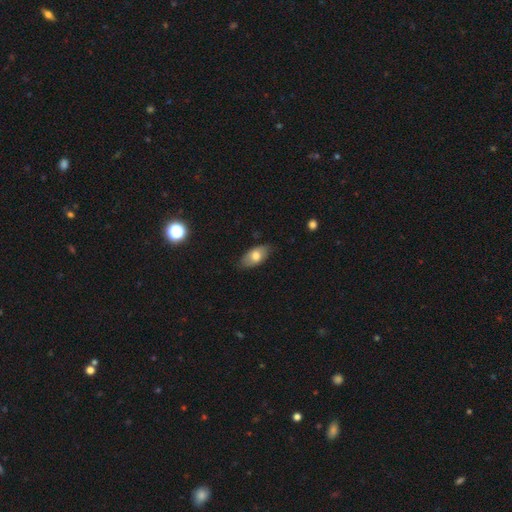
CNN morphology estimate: Overall: smooth (72%). How rounded: in between (91%). Merging: none (79%).